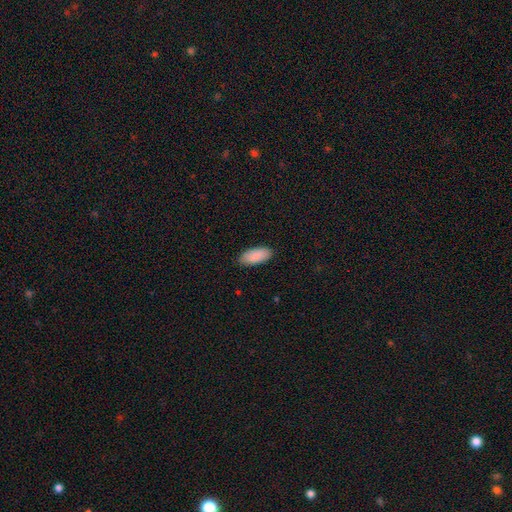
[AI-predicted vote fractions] Smooth or featured? smooth (90%)
How rounded? in between (90%)
Merging? none (88%)